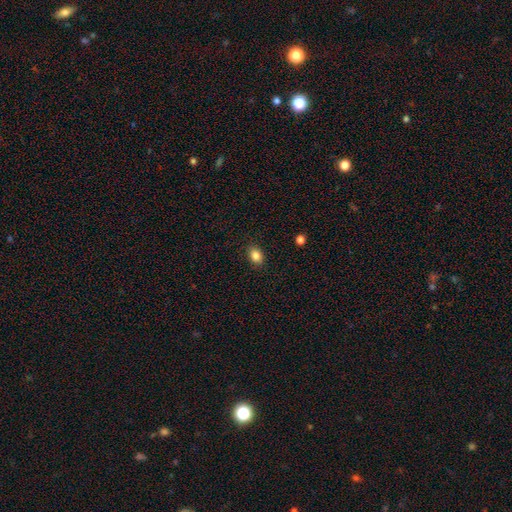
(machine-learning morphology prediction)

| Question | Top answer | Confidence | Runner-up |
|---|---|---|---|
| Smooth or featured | smooth | 85% | star or artifact (10%) |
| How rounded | in between | 69% | round (30%) |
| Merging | none | 88% | minor disturbance (8%) |